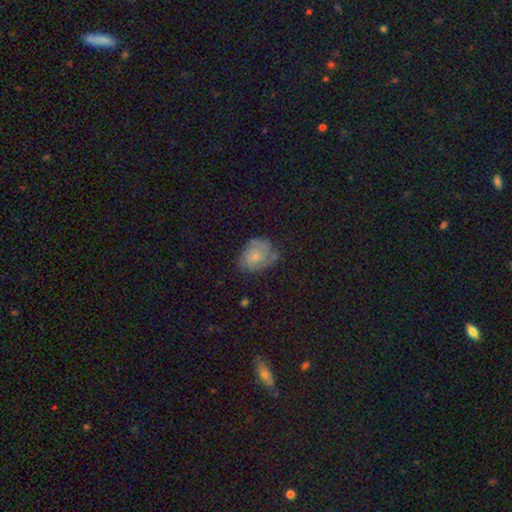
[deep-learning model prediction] The model was most divided on "how rounded": in between: 58%, round: 41%, cigar-shaped: 1%. More confident: smooth or featured — smooth (56%); merging — none (56%).